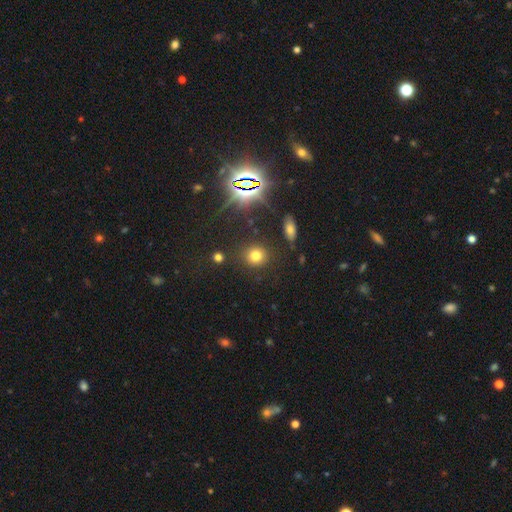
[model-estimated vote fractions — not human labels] Smooth or featured?
  - smooth: 72% *
  - star or artifact: 21%
  - featured or disk: 8%
How rounded?
  - round: 81% *
  - in between: 17%
  - cigar-shaped: 1%
Merging?
  - none: 85% *
  - minor disturbance: 8%
  - major disturbance: 3%
  - merger: 3%